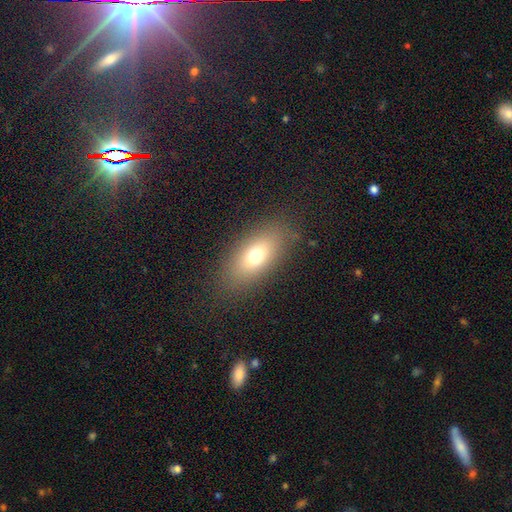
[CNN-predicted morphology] A smooth galaxy with no disk features (69%) that is in between round and cigar-shaped (83%).

Vote fractions:
- Smooth or featured? smooth: 69% / featured or disk: 19% / star or artifact: 12%
- How rounded? in between: 83% / cigar-shaped: 10% / round: 8%
- Merging? none: 83% / minor disturbance: 11% / major disturbance: 6% / merger: 1%